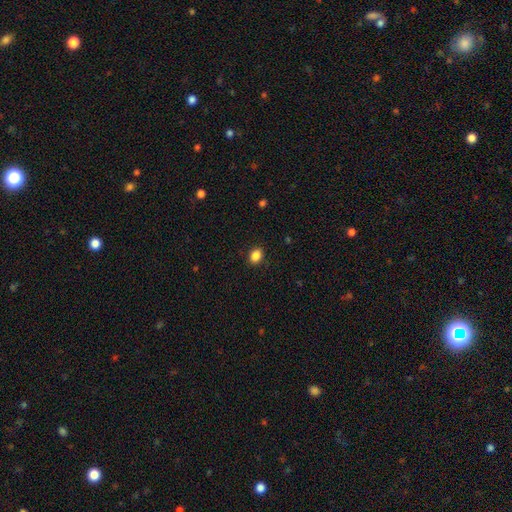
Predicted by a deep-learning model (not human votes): smooth_or_featured: smooth (p=0.87) [alt: star or artifact p=0.09]
how_rounded: in between (p=0.64) [alt: round p=0.35]
merging: none (p=0.89) [alt: minor disturbance p=0.08]